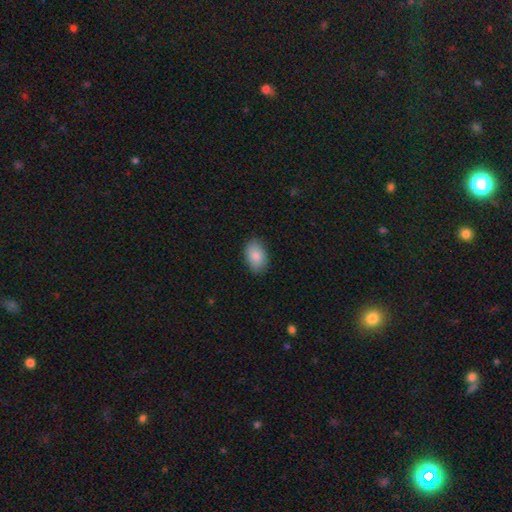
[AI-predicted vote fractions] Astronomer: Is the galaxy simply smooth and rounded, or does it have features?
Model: smooth — 87%.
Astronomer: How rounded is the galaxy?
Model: in between — 90%.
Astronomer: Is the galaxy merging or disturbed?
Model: none — 85%.